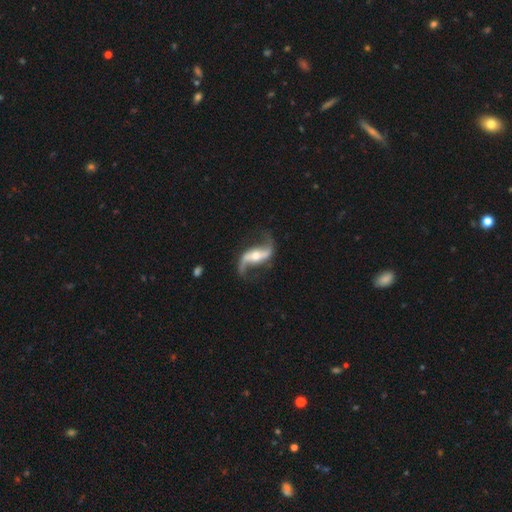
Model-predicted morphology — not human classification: A featured or disk galaxy (91%) with a strong bar (45%), 2 (94%) loose (84%) spiral arms (96%) and a moderate central bulge (57%). Merging: none (78%).